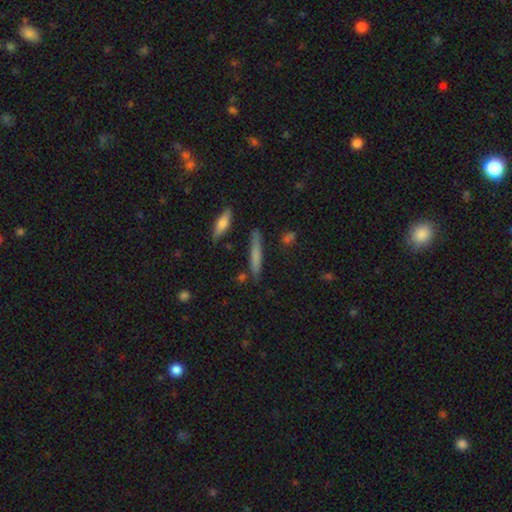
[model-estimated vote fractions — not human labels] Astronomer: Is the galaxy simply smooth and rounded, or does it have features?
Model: smooth — 63%.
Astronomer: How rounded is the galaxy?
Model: cigar-shaped — 90%.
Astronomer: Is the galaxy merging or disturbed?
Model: none — 81%.